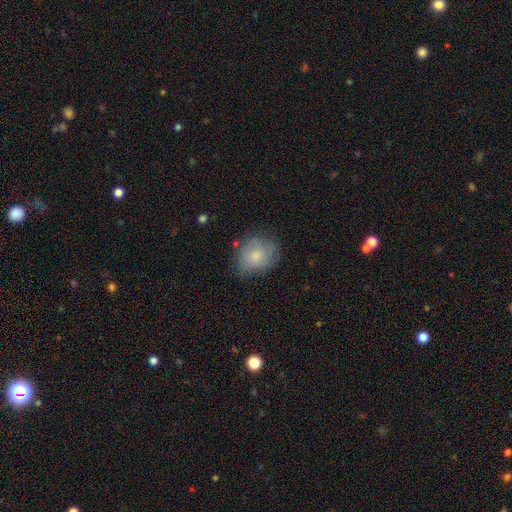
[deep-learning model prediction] smooth 77%, featured or disk 16%, star or artifact 7%. Down the decision tree: how rounded — round (62%); merging — none (68%).